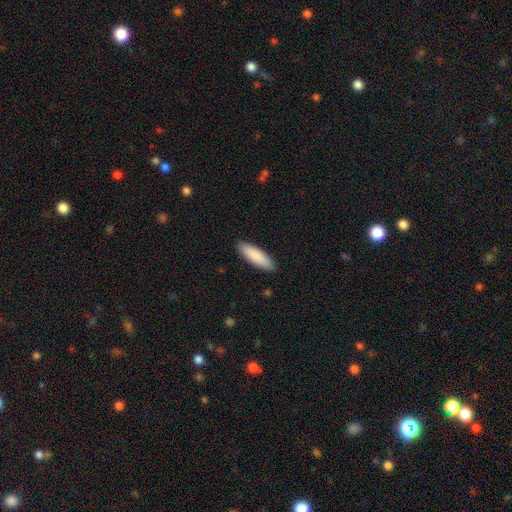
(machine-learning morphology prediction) This appears to be a smooth galaxy with no disk features (88%) that is cigar-shaped (58%). Merging: none (90%).